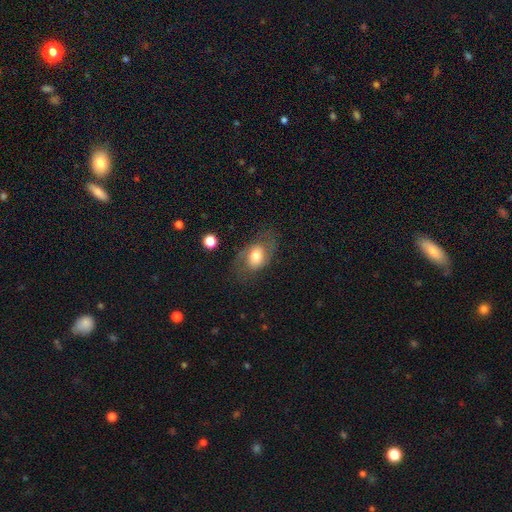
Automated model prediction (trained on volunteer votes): Q: Smooth or featured?
A: smooth (51%); runner-up: featured or disk (40%)
Q: How rounded?
A: in between (73%); runner-up: round (25%)
Q: Merging?
A: none (64%); runner-up: minor disturbance (20%)